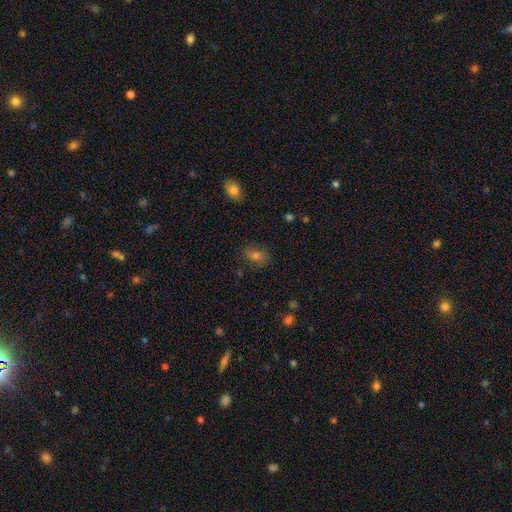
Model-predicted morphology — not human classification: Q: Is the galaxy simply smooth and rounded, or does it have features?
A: smooth — 57%.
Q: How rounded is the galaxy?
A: in between — 74%.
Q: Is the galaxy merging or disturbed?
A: none — 79%.